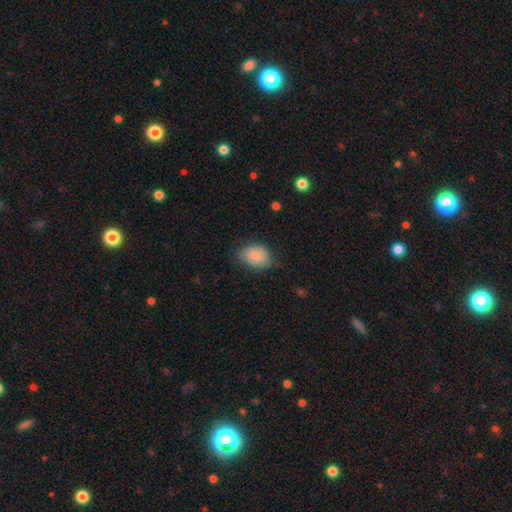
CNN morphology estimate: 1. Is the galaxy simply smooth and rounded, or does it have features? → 85% smooth, 8% featured or disk, 7% star or artifact.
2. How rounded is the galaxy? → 74% in between, 25% round, 1% cigar-shaped.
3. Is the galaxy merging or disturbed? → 71% none, 23% minor disturbance, 5% major disturbance, 1% merger.